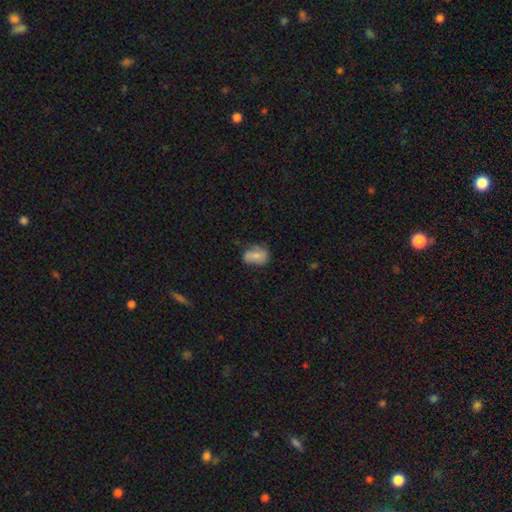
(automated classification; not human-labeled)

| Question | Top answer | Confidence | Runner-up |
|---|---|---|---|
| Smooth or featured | smooth | 73% | featured or disk (19%) |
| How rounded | in between | 82% | round (16%) |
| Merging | none | 56% | minor disturbance (33%) |